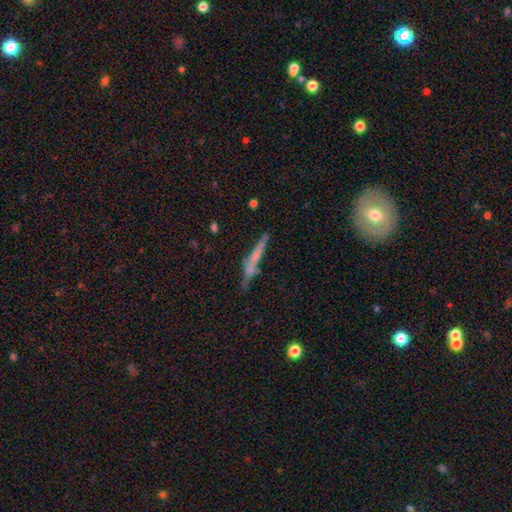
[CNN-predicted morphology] Smooth or featured? smooth (48%)
Merging? none (65%)